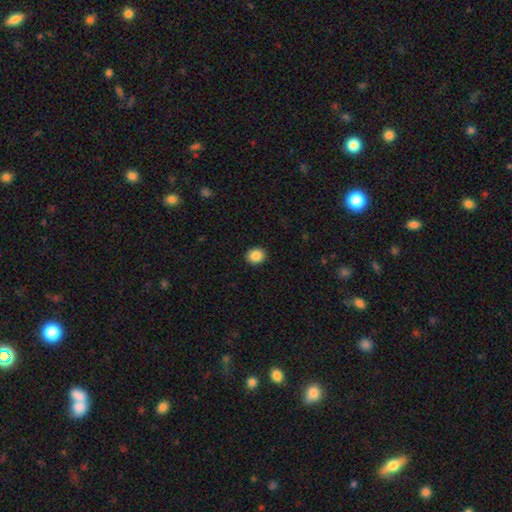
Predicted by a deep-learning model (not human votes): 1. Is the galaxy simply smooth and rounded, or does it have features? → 87% smooth, 9% star or artifact, 4% featured or disk.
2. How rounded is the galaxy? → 80% round, 19% in between, 1% cigar-shaped.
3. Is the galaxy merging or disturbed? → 93% none, 5% minor disturbance, 2% major disturbance, 1% merger.